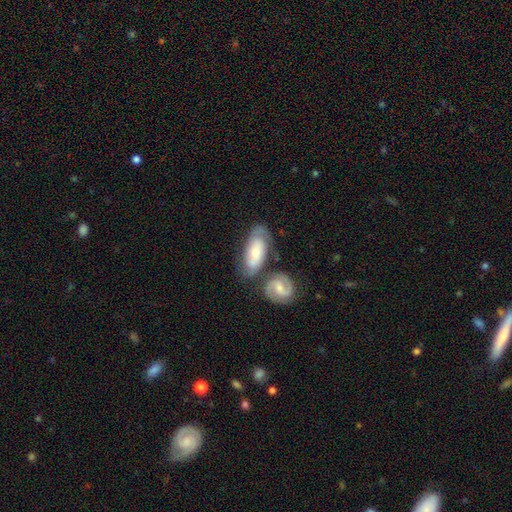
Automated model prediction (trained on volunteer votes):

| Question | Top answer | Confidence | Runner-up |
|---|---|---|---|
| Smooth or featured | featured or disk | 63% | smooth (31%) |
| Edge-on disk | no | 90% | yes (10%) |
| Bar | no | 55% | weak (33%) |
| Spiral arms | yes | 91% | no (9%) |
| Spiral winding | tight | 52% | medium (39%) |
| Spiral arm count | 2 | 70% | can't tell (19%) |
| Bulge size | small | 45% | moderate (43%) |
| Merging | none | 54% | merger (26%) |